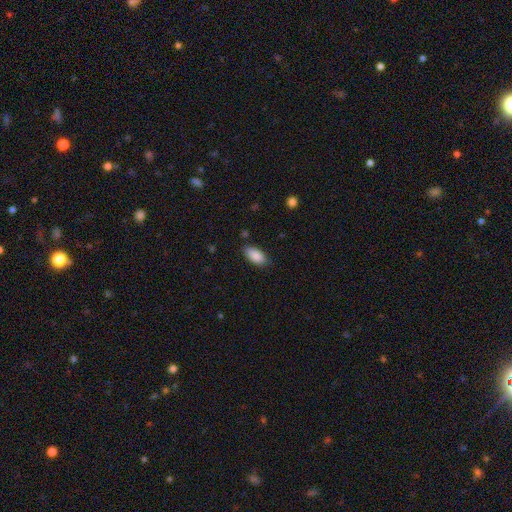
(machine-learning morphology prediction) Smooth or featured?
  - smooth: 89% *
  - star or artifact: 6%
  - featured or disk: 5%
How rounded?
  - in between: 93% *
  - cigar-shaped: 5%
  - round: 2%
Merging?
  - none: 82% *
  - minor disturbance: 14%
  - major disturbance: 3%
  - merger: 1%